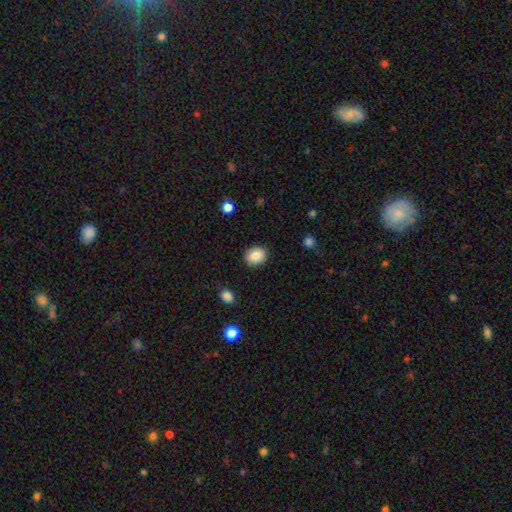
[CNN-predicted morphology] A smooth galaxy with no disk features (86%) that is round (53%). Merging: none (89%).